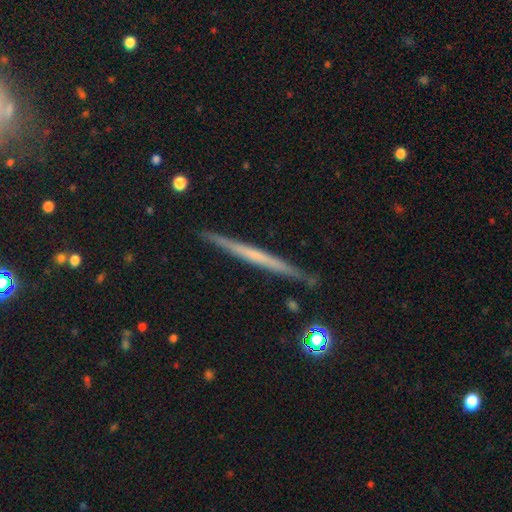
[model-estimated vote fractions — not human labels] Overall: featured or disk (58%; smooth 35%). Edge-on disk: yes (97%). Edge-on bulge: none (84%). Merging: none (90%).